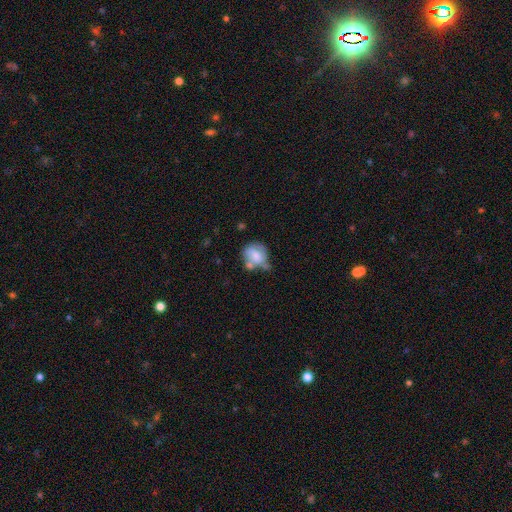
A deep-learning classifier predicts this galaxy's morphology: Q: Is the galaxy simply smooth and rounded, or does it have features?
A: smooth — 63%.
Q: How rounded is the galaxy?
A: round — 58%.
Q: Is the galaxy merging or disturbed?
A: none — 32%.